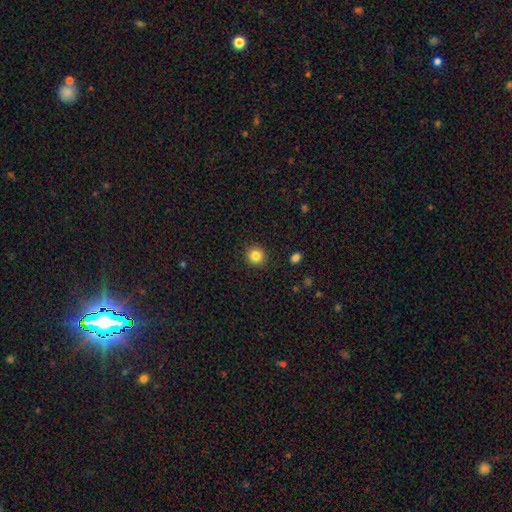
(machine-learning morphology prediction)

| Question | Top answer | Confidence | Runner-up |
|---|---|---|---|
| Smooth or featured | smooth | 85% | star or artifact (10%) |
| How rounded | round | 92% | in between (7%) |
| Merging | none | 92% | minor disturbance (5%) |